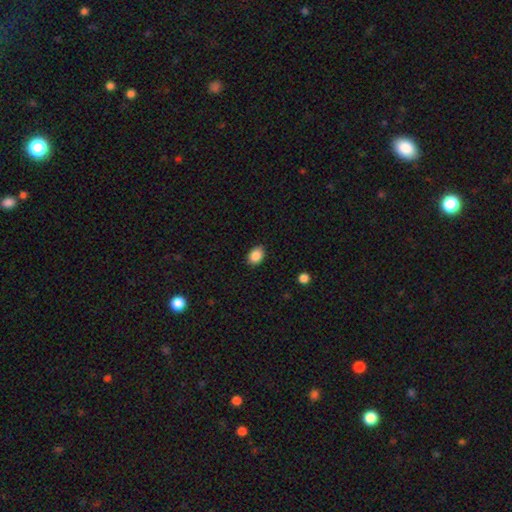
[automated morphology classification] Smooth or featured: smooth — 88% (star or artifact — 8%)
How rounded: in between — 73% (round — 26%)
Merging: none — 86% (minor disturbance — 10%)